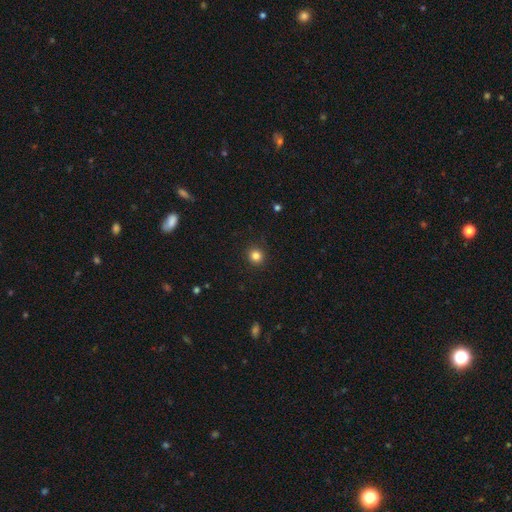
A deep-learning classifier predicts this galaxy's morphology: smooth 83%, star or artifact 12%, featured or disk 5%. Down the decision tree: how rounded — round (93%); merging — none (92%).